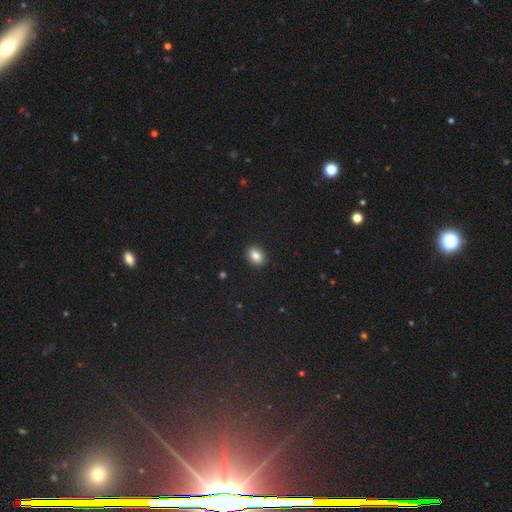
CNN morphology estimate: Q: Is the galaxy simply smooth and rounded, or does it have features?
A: smooth — 86%.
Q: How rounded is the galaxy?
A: in between — 70%.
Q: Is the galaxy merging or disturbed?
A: none — 91%.